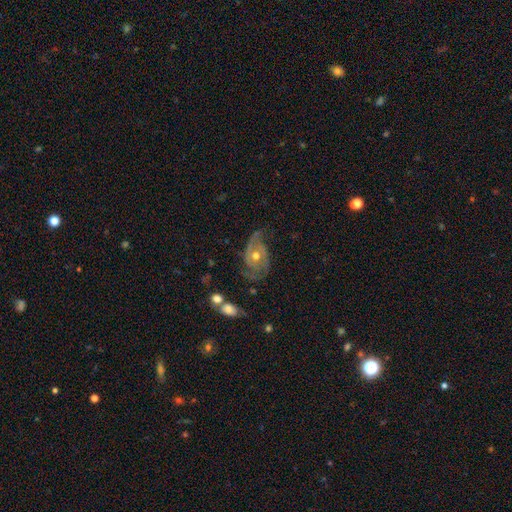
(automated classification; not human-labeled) Q: Smooth or featured?
A: featured or disk (80%); runner-up: smooth (13%)
Q: Edge-on disk?
A: no (95%); runner-up: yes (5%)
Q: Bar?
A: no (76%); runner-up: weak (19%)
Q: Spiral arms?
A: yes (91%); runner-up: no (9%)
Q: Spiral winding?
A: medium (40%); runner-up: loose (31%)
Q: Spiral arm count?
A: 2 (64%); runner-up: can't tell (14%)
Q: Bulge size?
A: moderate (71%); runner-up: small (23%)
Q: Merging?
A: none (50%); runner-up: minor disturbance (27%)